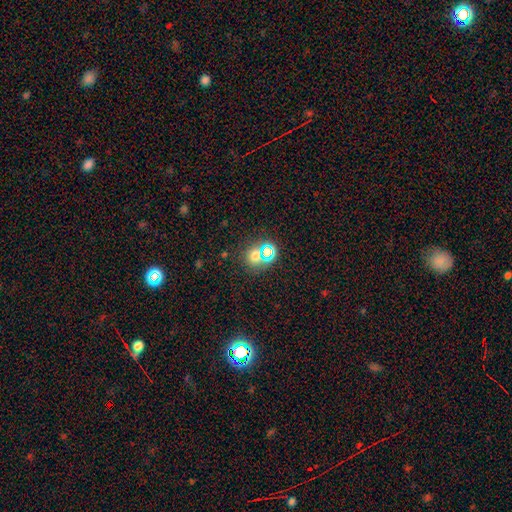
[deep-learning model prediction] This is possibly a smooth galaxy (57%). How rounded: clearly round (81%). Merging: likely none (72%).